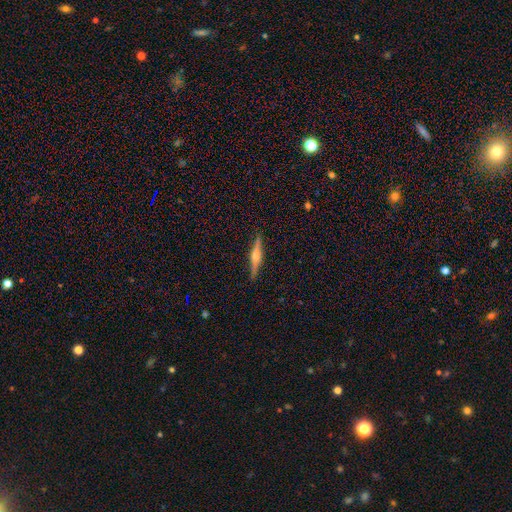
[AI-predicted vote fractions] smooth_or_featured: featured or disk (p=0.74) [alt: smooth p=0.20]
disk_edge_on: yes (p=0.98) [alt: no p=0.02]
edge_on_bulge: rounded (p=0.92) [alt: boxy p=0.05]
merging: none (p=0.91) [alt: minor disturbance p=0.07]